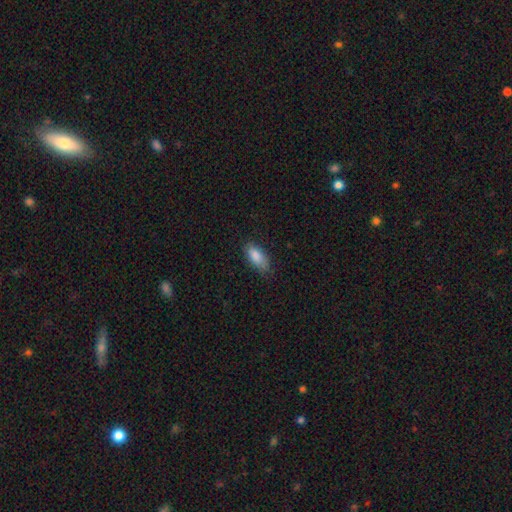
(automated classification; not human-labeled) Overall: smooth (86%). How rounded: in between (85%). Merging: none (77%).